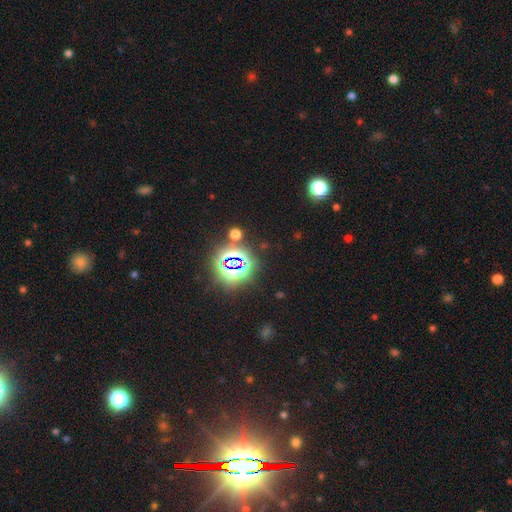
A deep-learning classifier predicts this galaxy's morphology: A star or artifact, not a galaxy (81%).